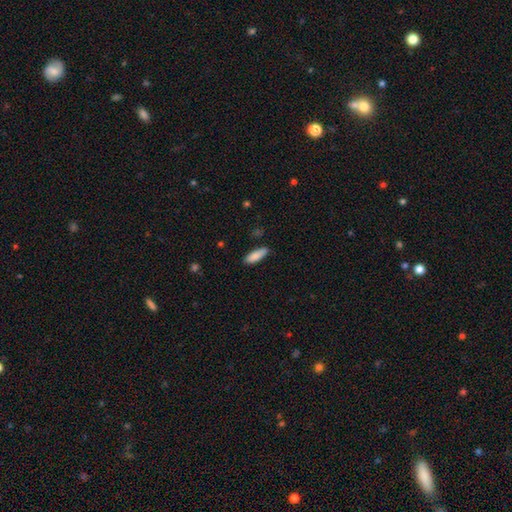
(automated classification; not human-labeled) A smooth galaxy with no disk features (86%) that is in between round and cigar-shaped (54%).

Vote fractions:
- Smooth or featured? smooth: 86% / featured or disk: 8% / star or artifact: 6%
- How rounded? in between: 54% / cigar-shaped: 44% / round: 2%
- Merging? none: 83% / minor disturbance: 13% / major disturbance: 2% / merger: 2%